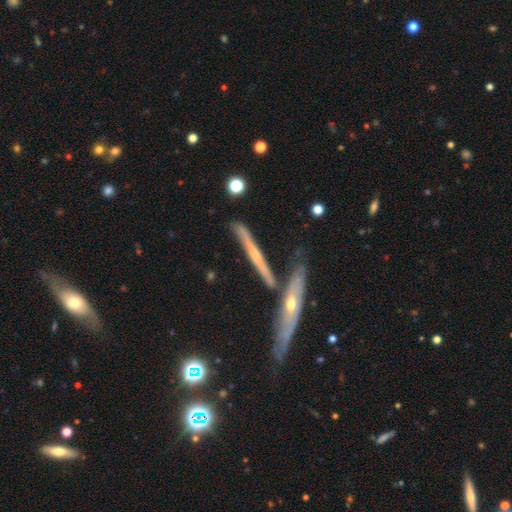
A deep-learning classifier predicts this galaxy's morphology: This appears to be a featured or disk galaxy (66%) viewed edge-on (91%) with a rounded central bulge (49%). Merging: none (71%).